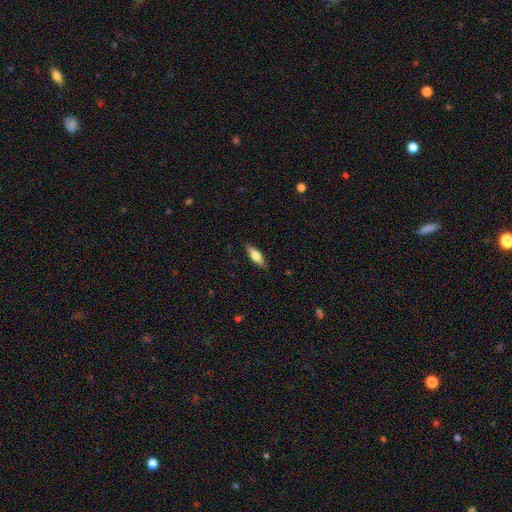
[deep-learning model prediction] Smooth or featured? smooth (64%)
How rounded? in between (59%)
Merging? none (86%)